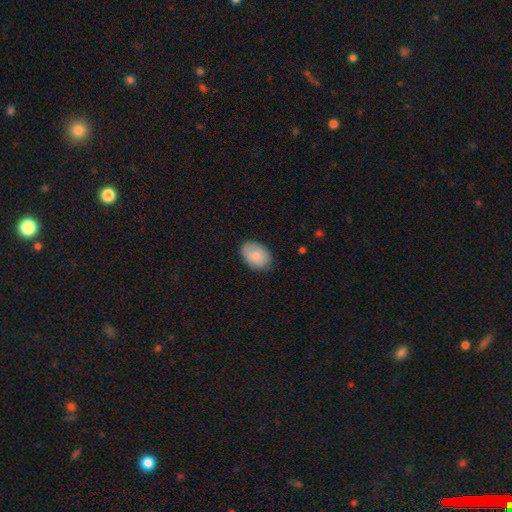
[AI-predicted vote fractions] Q: Smooth or featured?
A: smooth (83%); runner-up: featured or disk (11%)
Q: How rounded?
A: in between (86%); runner-up: round (13%)
Q: Merging?
A: none (80%); runner-up: minor disturbance (16%)